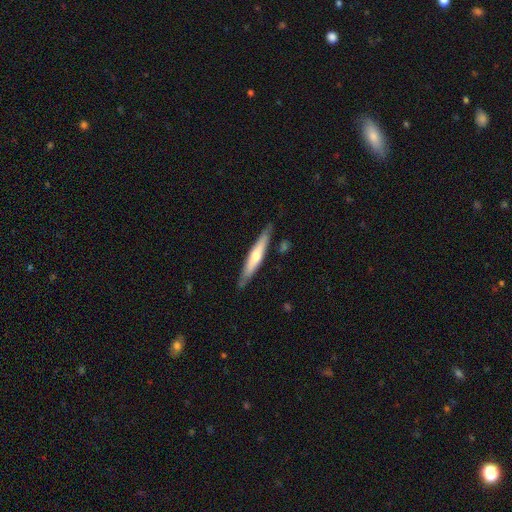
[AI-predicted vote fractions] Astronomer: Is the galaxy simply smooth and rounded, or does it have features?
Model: featured or disk — 51% (runner-up: smooth, 44%).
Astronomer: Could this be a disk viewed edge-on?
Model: yes — 91%.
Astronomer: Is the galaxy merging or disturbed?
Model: none — 84%.